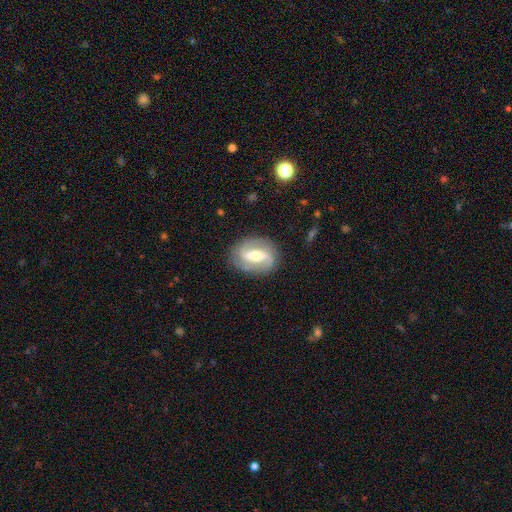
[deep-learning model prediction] Overall: featured or disk (81%). Edge-on disk: no (95%). Bar: strong (50%; weak 35%). Spiral arms: yes (90%). Spiral arm count: 2 (81%). Spiral winding: medium (42%; tight 30%). Bulge size: moderate (62%; small 30%). Merging: none (82%).